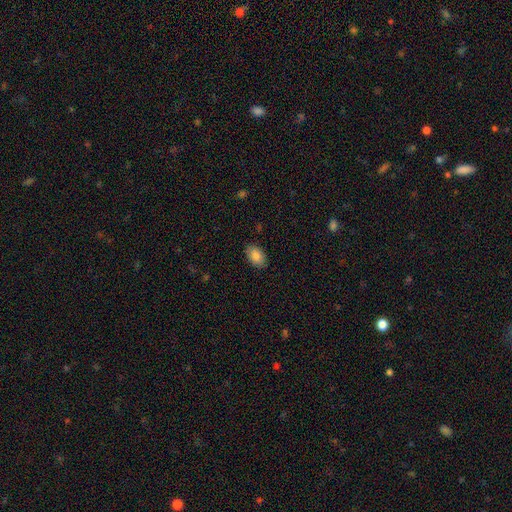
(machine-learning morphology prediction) Smooth or featured? smooth (85%)
How rounded? in between (89%)
Merging? none (87%)